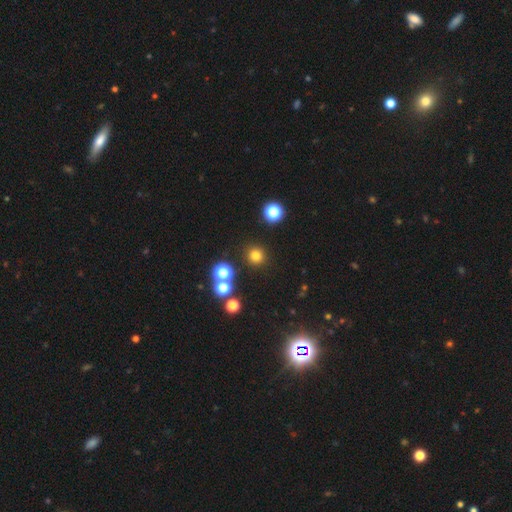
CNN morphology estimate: smooth 77%, star or artifact 18%, featured or disk 5%. Down the decision tree: how rounded — round (95%); merging — none (90%).